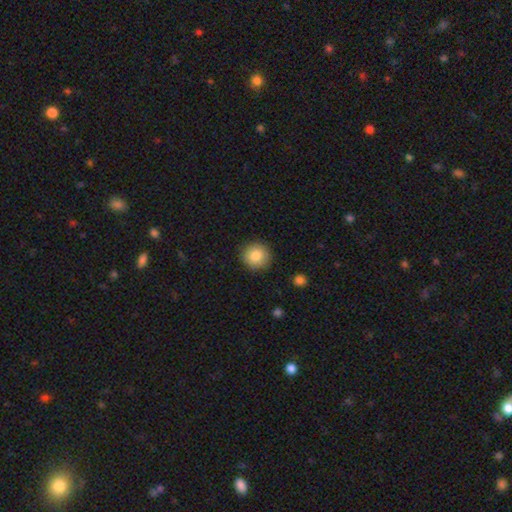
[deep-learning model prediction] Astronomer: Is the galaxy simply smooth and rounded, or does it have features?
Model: smooth — 84%.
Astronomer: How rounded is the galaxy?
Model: round — 93%.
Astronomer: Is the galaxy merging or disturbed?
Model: none — 90%.